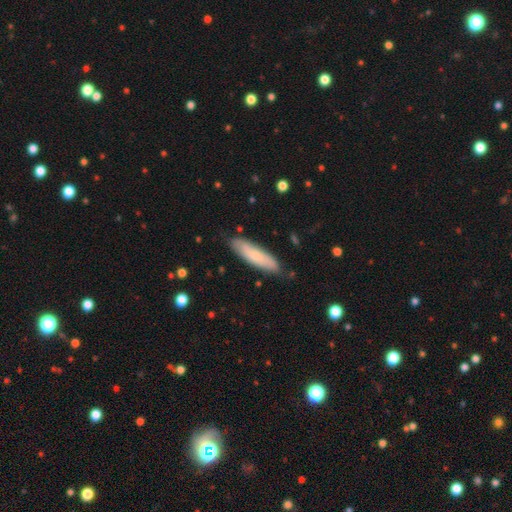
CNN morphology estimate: Smooth or featured? Predicted: smooth (p=0.71). How rounded? Predicted: cigar-shaped (p=0.66). Merging? Predicted: none (p=0.81).